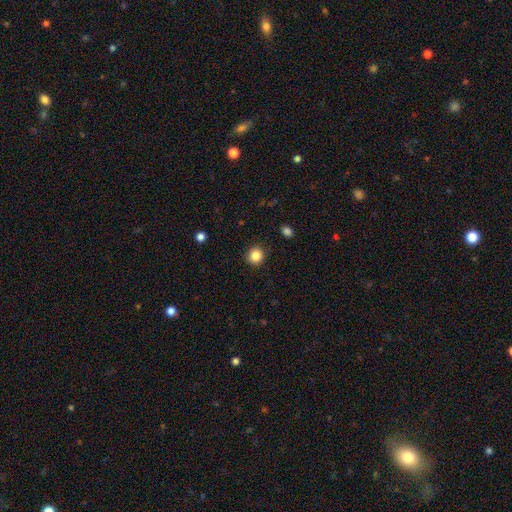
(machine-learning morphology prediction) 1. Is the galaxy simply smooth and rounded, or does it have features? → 85% smooth, 11% star or artifact, 4% featured or disk.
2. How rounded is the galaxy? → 89% round, 10% in between, 1% cigar-shaped.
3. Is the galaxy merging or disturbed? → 90% none, 7% minor disturbance, 2% major disturbance, 1% merger.